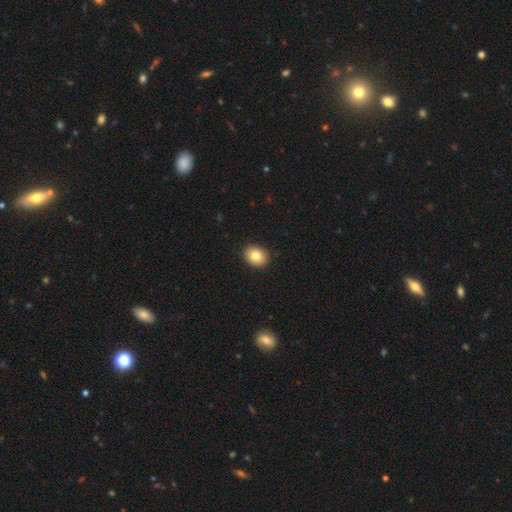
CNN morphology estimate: type=smooth (80%); roundness=in between (52%); merging=none (90%).